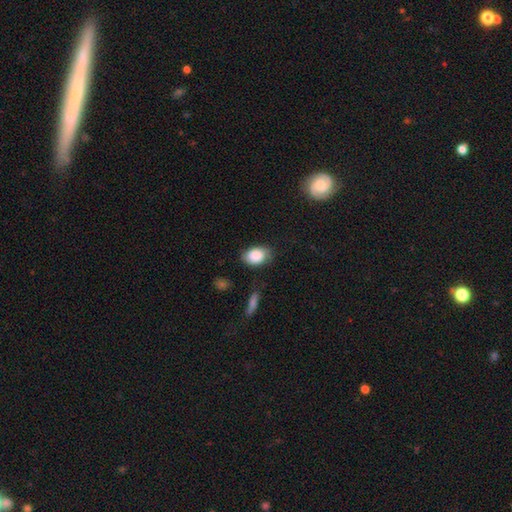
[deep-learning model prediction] This appears to be a smooth galaxy with no disk features (83%) that is in between round and cigar-shaped (78%). Merging: none (70%).